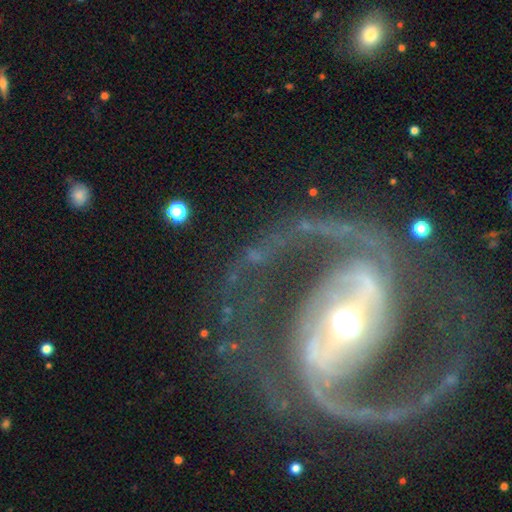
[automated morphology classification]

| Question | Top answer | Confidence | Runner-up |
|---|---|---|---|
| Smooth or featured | featured or disk | 79% | star or artifact (11%) |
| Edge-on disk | no | 91% | yes (9%) |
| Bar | strong | 39% | no (31%) |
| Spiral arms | yes | 84% | no (16%) |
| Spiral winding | medium | 41% | loose (32%) |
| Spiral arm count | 2 | 66% | can't tell (12%) |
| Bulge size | moderate | 60% | small (22%) |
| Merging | none | 58% | major disturbance (23%) |